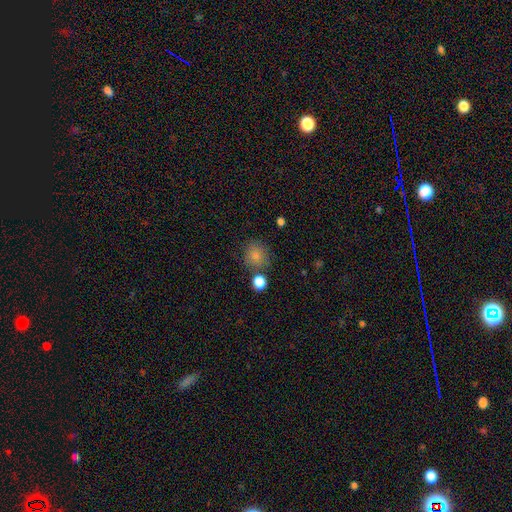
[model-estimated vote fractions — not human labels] This is clearly a smooth galaxy (82%). How rounded: clearly round (83%). Merging: likely none (72%).